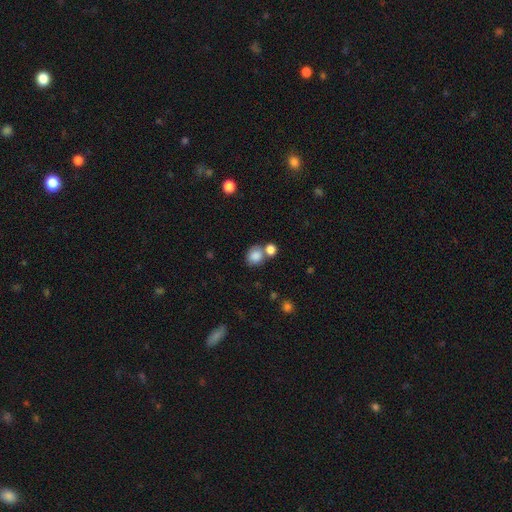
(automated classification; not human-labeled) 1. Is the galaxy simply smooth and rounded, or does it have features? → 84% smooth, 9% star or artifact, 7% featured or disk.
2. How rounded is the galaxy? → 70% round, 29% in between, 1% cigar-shaped.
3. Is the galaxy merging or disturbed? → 52% none, 32% merger, 11% minor disturbance, 4% major disturbance.